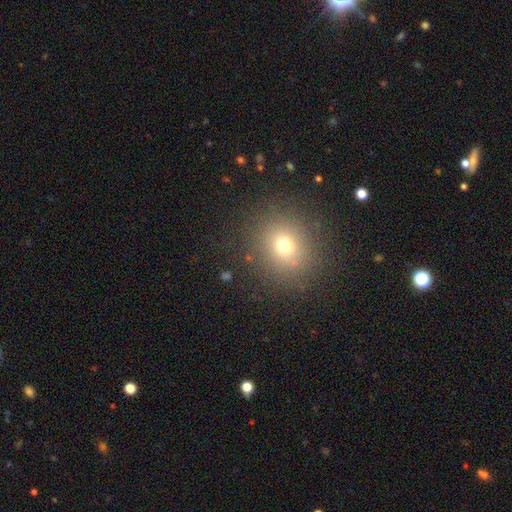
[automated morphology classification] smooth-or-featured: smooth: 65% | star or artifact: 25% | featured or disk: 10%
  how-rounded: round: 84% | in between: 15% | cigar-shaped: 1%
  merging: none: 89% | minor disturbance: 7% | major disturbance: 3% | merger: 1%